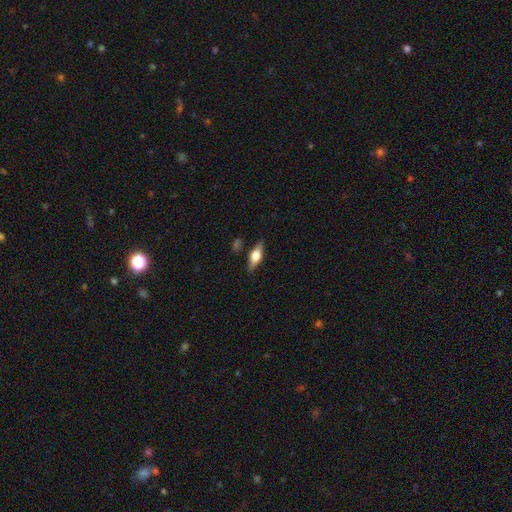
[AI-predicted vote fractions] Morphology: type=featured or disk (51%); edge-on=yes (93%); merging=none (82%).